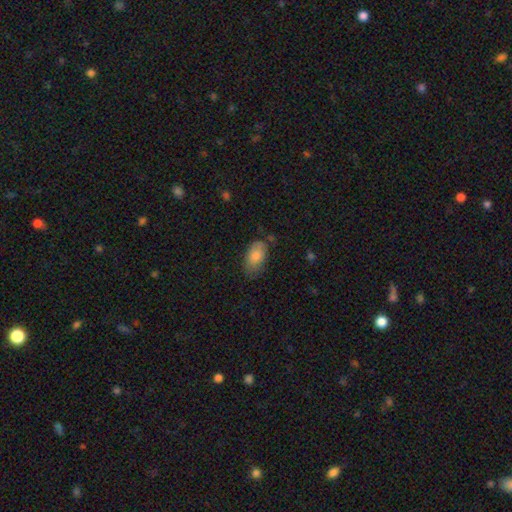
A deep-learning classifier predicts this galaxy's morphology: Overall: smooth (79%). How rounded: in between (93%). Merging: none (64%; minor disturbance 27%).